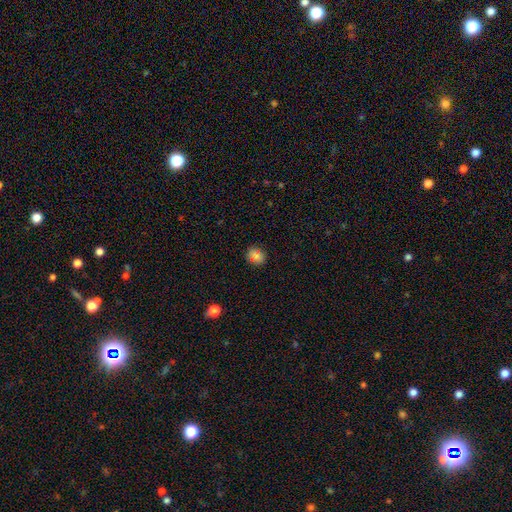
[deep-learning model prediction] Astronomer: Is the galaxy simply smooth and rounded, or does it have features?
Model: smooth — 71%.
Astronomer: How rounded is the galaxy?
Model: round — 83%.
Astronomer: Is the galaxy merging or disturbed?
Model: none — 84%.